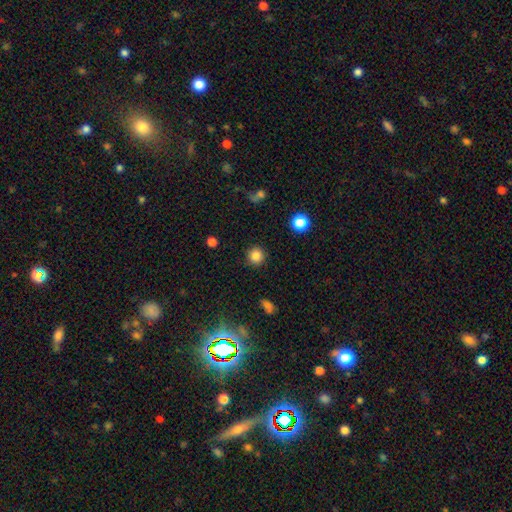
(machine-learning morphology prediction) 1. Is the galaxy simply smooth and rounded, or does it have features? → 85% smooth, 11% star or artifact, 4% featured or disk.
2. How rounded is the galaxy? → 94% round, 5% in between, 1% cigar-shaped.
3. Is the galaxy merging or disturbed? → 90% none, 6% minor disturbance, 2% major disturbance, 1% merger.